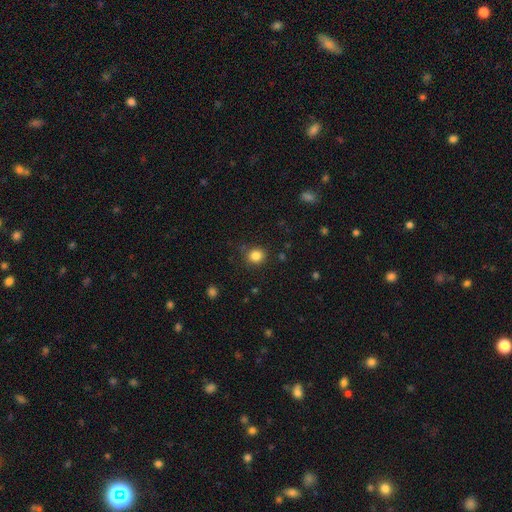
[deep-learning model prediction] smooth_or_featured: smooth (p=0.84) [alt: star or artifact p=0.12]
how_rounded: round (p=0.84) [alt: in between p=0.15]
merging: none (p=0.84) [alt: minor disturbance p=0.11]